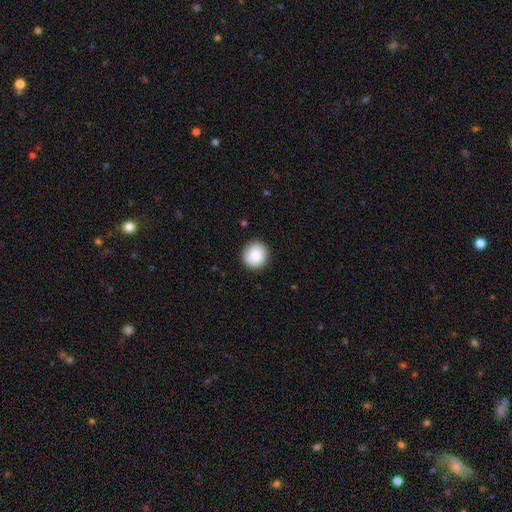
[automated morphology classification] Smooth or featured? Predicted: smooth (p=0.81). How rounded? Predicted: round (p=0.91). Merging? Predicted: none (p=0.89).